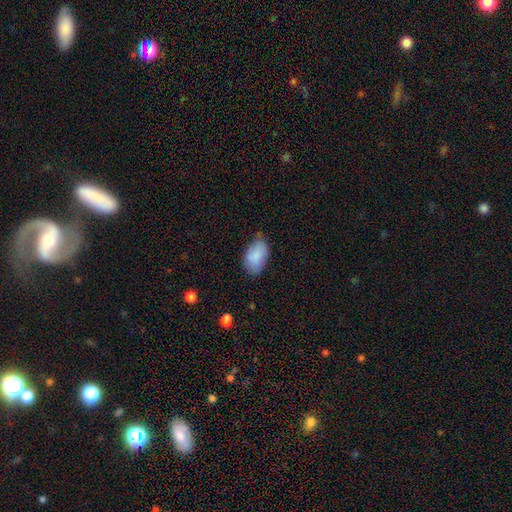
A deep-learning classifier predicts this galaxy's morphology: Smooth or featured: smooth — 86% (featured or disk — 8%)
How rounded: in between — 93% (round — 6%)
Merging: none — 61% (minor disturbance — 31%)